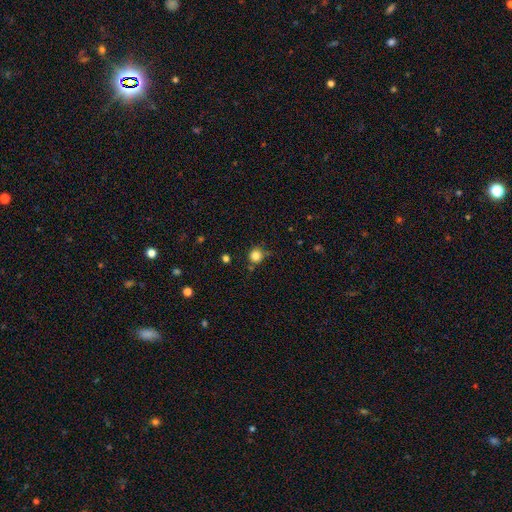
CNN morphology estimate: smooth_or_featured: smooth (p=0.84) [alt: star or artifact p=0.12]
how_rounded: round (p=0.93) [alt: in between p=0.06]
merging: none (p=0.77) [alt: minor disturbance p=0.14]